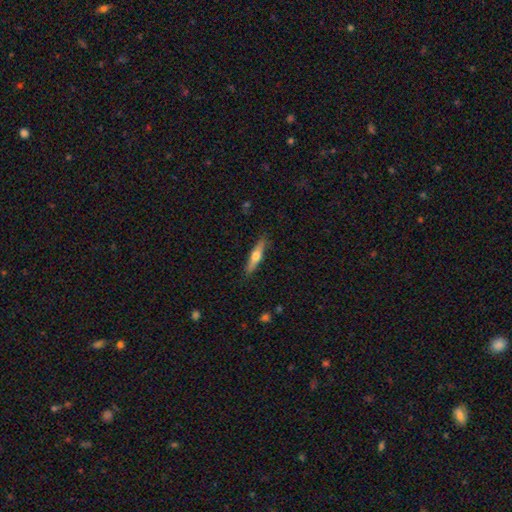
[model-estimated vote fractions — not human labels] A featured or disk galaxy (47%, tied with smooth).

Vote fractions:
- Smooth or featured? featured or disk: 47% (tied) / smooth: 47% (tied) / star or artifact: 6%
- Merging? none: 88% / minor disturbance: 9% / major disturbance: 2% / merger: 1%